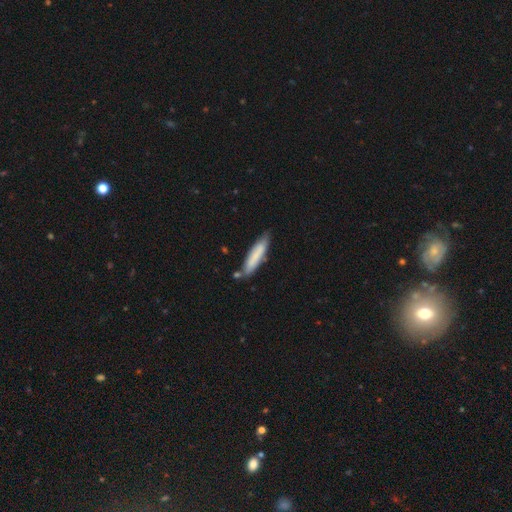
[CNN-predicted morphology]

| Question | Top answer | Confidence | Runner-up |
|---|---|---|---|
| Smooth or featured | smooth | 75% | featured or disk (19%) |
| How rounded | cigar-shaped | 82% | in between (17%) |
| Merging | none | 71% | minor disturbance (19%) |